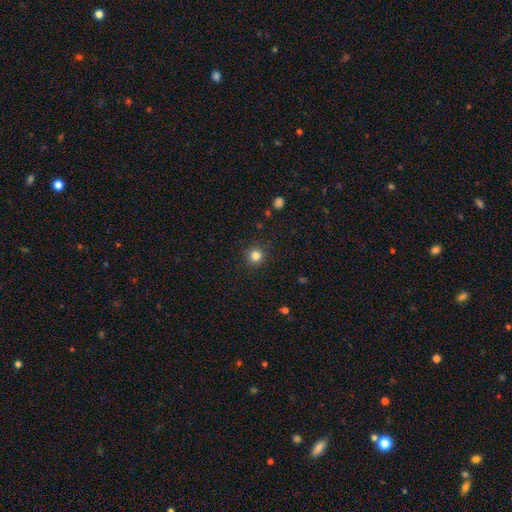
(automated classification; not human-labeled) smooth-or-featured: smooth: 82% | star or artifact: 13% | featured or disk: 5%
  how-rounded: round: 95% | in between: 4% | cigar-shaped: 1%
  merging: none: 92% | minor disturbance: 5% | major disturbance: 2% | merger: 1%